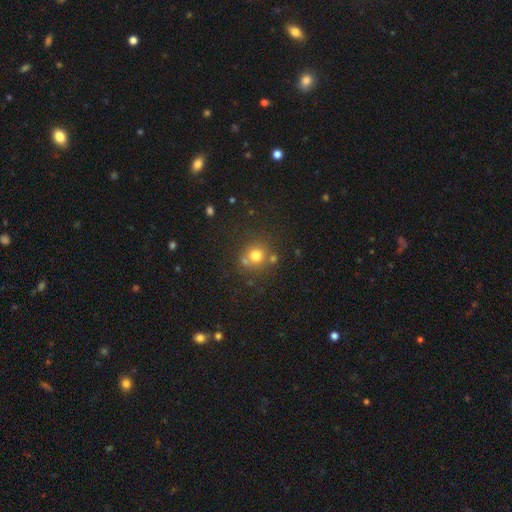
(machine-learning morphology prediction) This is likely a smooth galaxy (73%). How rounded: clearly round (90%). Merging: likely none (68%).